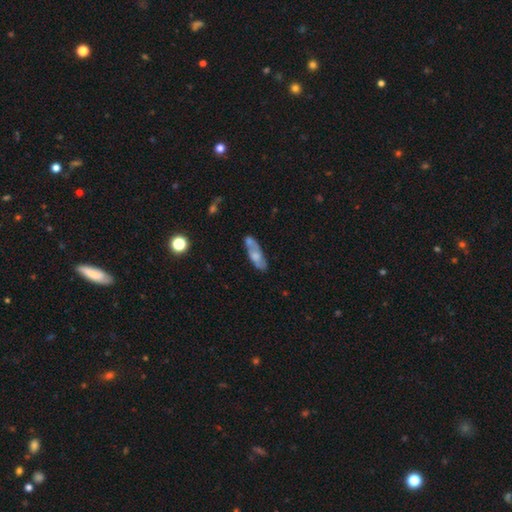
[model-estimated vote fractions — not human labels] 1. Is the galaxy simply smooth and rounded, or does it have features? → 54% smooth, 40% featured or disk, 7% star or artifact.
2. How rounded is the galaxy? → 55% in between, 42% cigar-shaped, 2% round.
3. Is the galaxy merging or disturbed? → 60% none, 21% minor disturbance, 12% merger, 6% major disturbance.